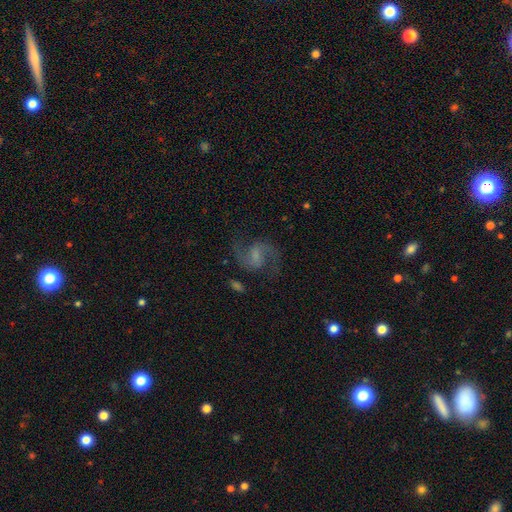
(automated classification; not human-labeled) featured or disk 87%, smooth 7%, star or artifact 6%. Down the decision tree: edge-on disk — no (98%); bar — weak (56%); spiral arms — yes (97%); spiral arm count — 2 (94%); spiral winding — medium (52%); bulge size — none (38%); merging — none (78%).